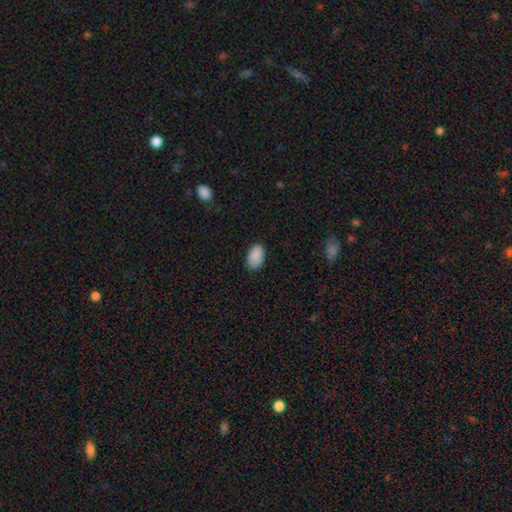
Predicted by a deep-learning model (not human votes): Overall: smooth (90%). How rounded: in between (92%). Merging: none (84%).